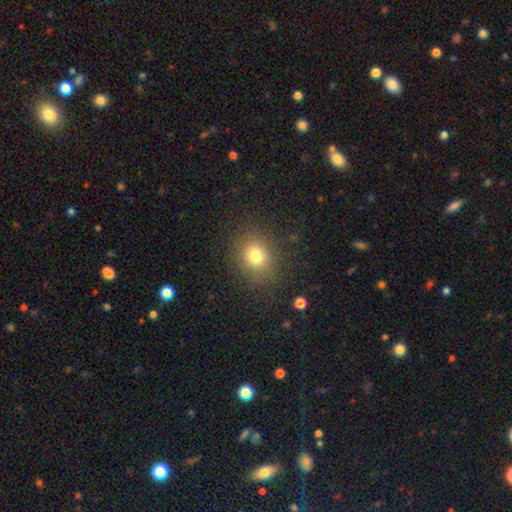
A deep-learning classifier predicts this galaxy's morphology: Smooth or featured? Predicted: smooth (p=0.77). How rounded? Predicted: round (p=0.69). Merging? Predicted: none (p=0.83).